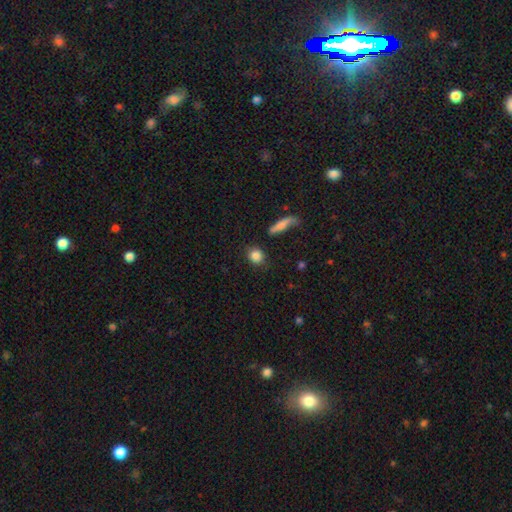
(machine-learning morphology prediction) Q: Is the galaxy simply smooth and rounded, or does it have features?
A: smooth — 85%.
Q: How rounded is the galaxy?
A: round — 76%.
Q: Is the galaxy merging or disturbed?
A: none — 80%.